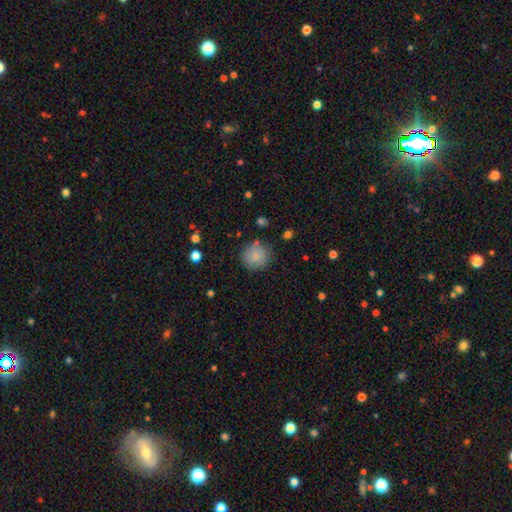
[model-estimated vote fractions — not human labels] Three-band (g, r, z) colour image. It shows a smooth galaxy with no disk features (84%) that is round (91%). Merging: none (82%).